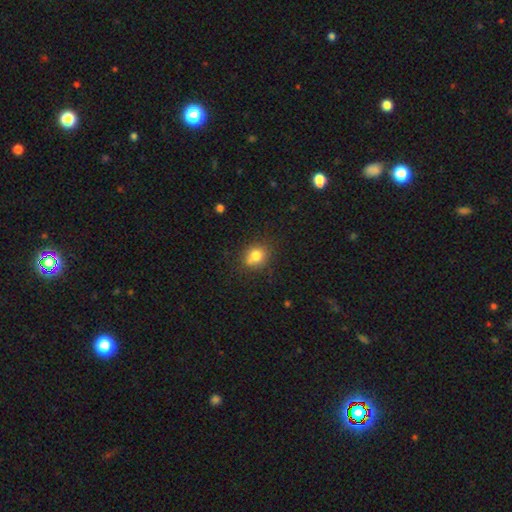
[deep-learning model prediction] A smooth galaxy with no disk features (78%) that is round (72%).

Vote fractions:
- Smooth or featured? smooth: 78% / star or artifact: 11% / featured or disk: 10%
- How rounded? round: 72% / in between: 27% / cigar-shaped: 1%
- Merging? none: 64% / minor disturbance: 16% / merger: 15% / major disturbance: 5%